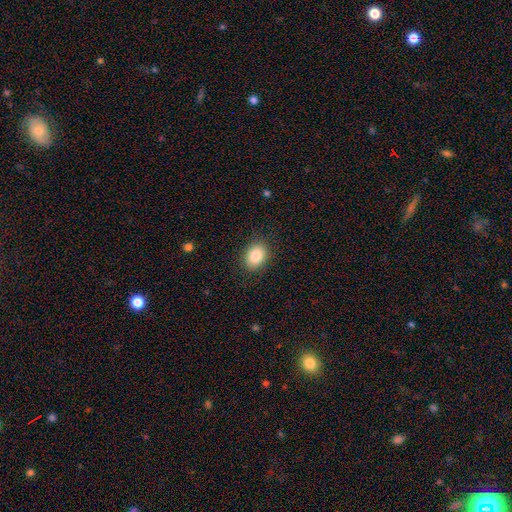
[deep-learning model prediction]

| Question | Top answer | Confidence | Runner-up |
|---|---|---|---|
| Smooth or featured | smooth | 85% | star or artifact (8%) |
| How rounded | in between | 64% | round (35%) |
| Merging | none | 87% | minor disturbance (9%) |